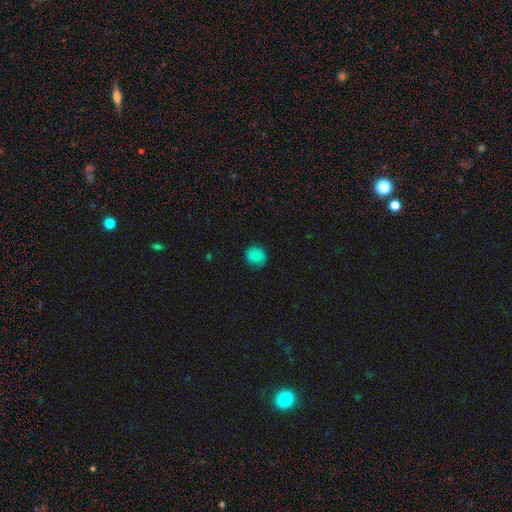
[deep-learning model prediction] smooth-or-featured: smooth: 84% | star or artifact: 10% | featured or disk: 6%
  how-rounded: round: 83% | in between: 16% | cigar-shaped: 1%
  merging: none: 84% | minor disturbance: 12% | major disturbance: 3% | merger: 1%